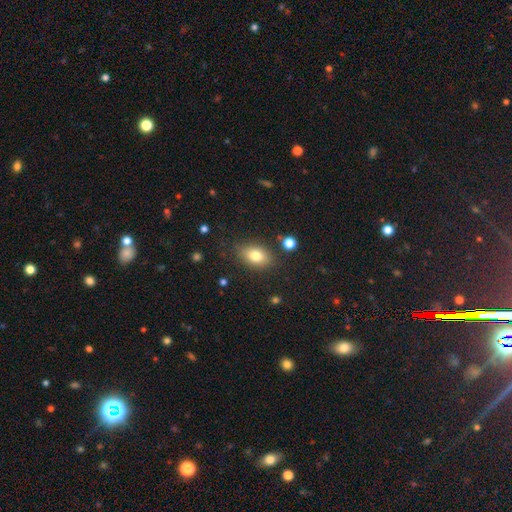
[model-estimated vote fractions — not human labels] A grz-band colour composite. It shows a smooth galaxy with no disk features (78%) that is in between round and cigar-shaped (82%). Merging: none (81%).